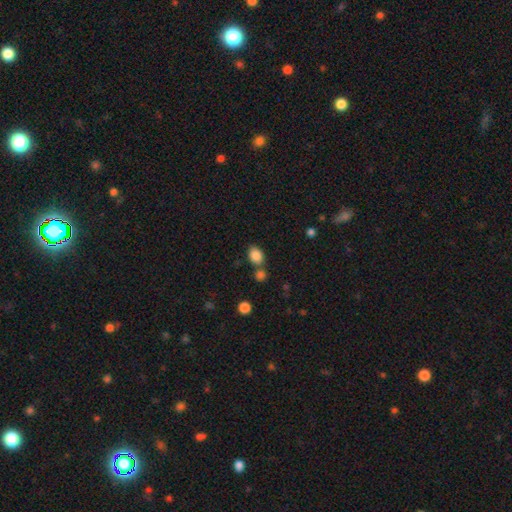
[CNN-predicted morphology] type=smooth (86%); roundness=in between (68%); merging=none (64%).